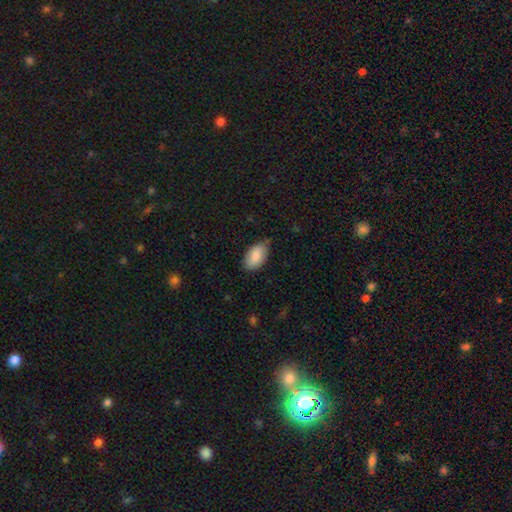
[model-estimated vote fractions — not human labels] This is clearly a smooth galaxy (84%). How rounded: clearly in between (94%). Merging: likely none (71%).